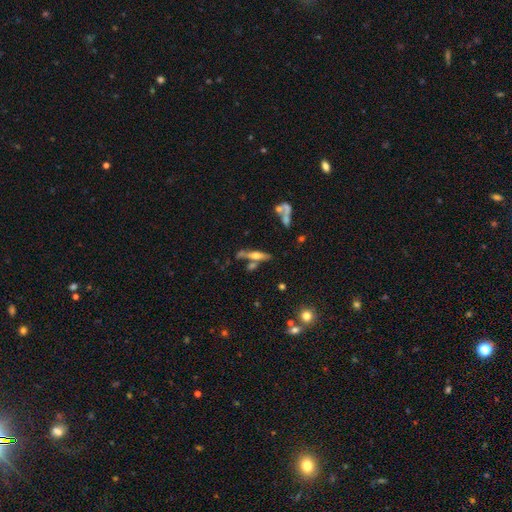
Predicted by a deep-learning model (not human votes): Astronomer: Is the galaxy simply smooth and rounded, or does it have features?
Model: featured or disk — 58% (runner-up: smooth, 34%).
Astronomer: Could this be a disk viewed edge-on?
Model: yes — 91%.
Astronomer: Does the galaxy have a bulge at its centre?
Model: rounded — 88%.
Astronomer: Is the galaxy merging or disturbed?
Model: none — 60%.